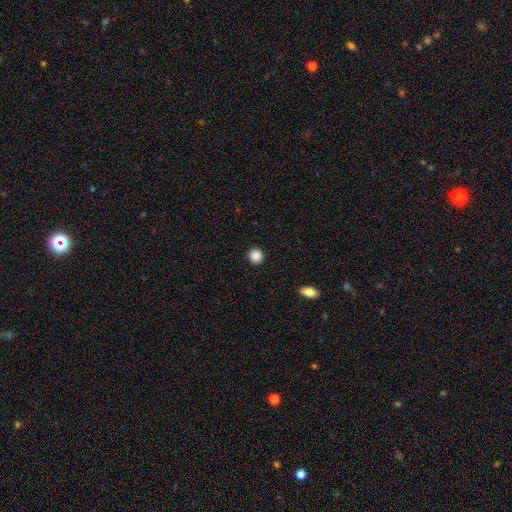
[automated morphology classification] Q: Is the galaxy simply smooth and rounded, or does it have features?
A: smooth — 89%.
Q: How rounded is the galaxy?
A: round — 83%.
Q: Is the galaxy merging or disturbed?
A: none — 92%.